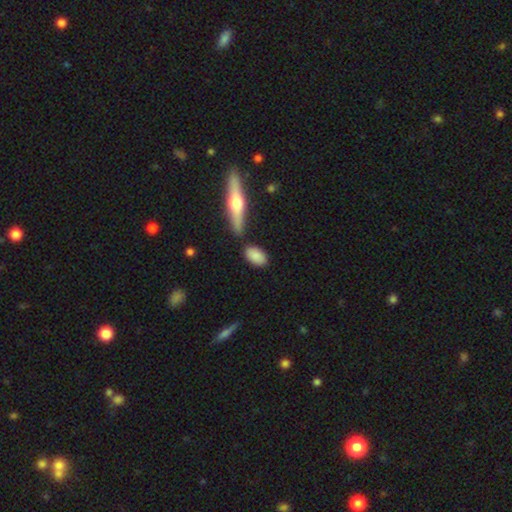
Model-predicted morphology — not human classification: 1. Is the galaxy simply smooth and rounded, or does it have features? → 85% smooth, 9% featured or disk, 6% star or artifact.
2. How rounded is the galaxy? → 91% in between, 5% round, 4% cigar-shaped.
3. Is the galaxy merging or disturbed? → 75% none, 13% minor disturbance, 8% merger, 4% major disturbance.